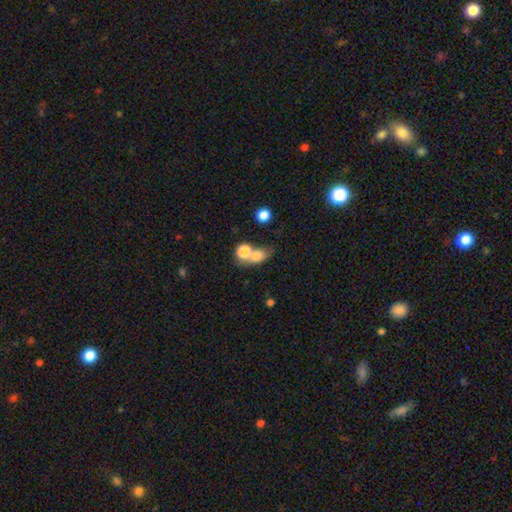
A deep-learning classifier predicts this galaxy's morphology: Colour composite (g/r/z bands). It shows a smooth galaxy with no disk features (73%) that is in between round and cigar-shaped (53%). Merging: merger (50%).